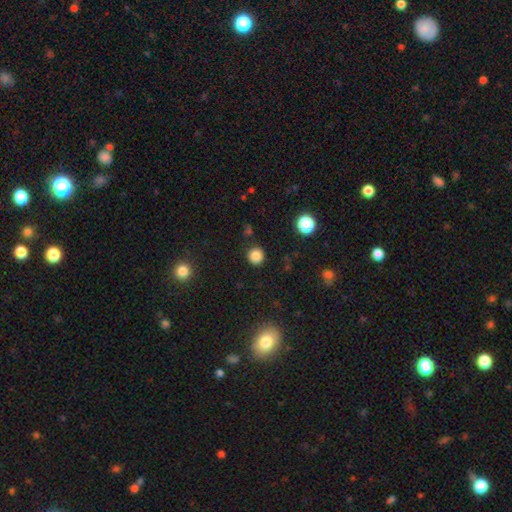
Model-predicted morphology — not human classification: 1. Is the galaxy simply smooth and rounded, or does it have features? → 84% smooth, 12% star or artifact, 4% featured or disk.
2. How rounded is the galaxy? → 93% round, 6% in between, 1% cigar-shaped.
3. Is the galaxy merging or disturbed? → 90% none, 6% minor disturbance, 2% major disturbance, 2% merger.